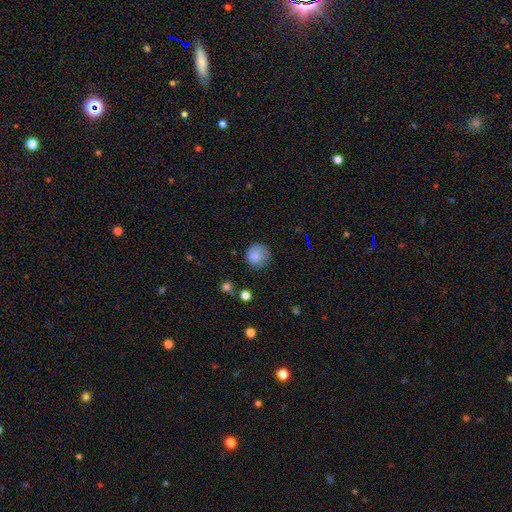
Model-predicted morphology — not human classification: smooth 84%, star or artifact 9%, featured or disk 7%. Down the decision tree: how rounded — round (92%); merging — none (78%).